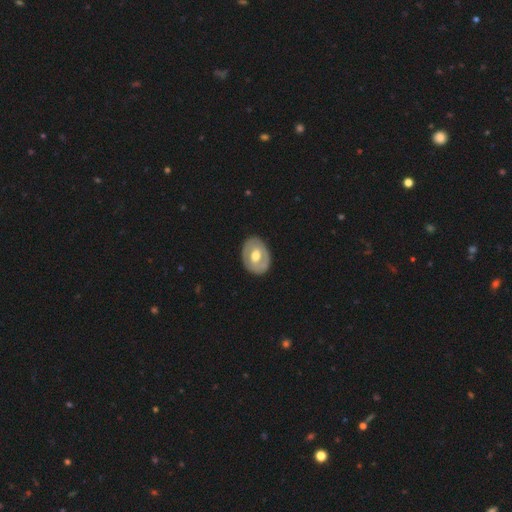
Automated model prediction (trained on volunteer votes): Smooth or featured? Predicted: featured or disk (p=0.55). Edge-on disk? Predicted: no (p=0.93). Bar? Predicted: no (p=0.62). Spiral arms? Predicted: no (p=0.78). Bulge size? Predicted: moderate (p=0.71). Merging? Predicted: none (p=0.84).